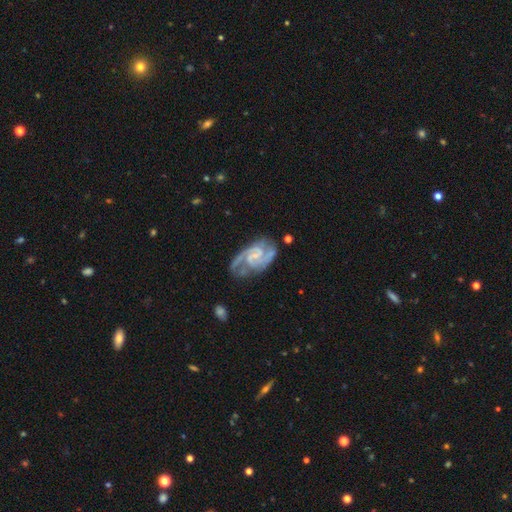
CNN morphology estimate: This appears to be a featured or disk galaxy (91%) with a weak bar (49%), 2 (78%) medium (53%) spiral arms (98%) and a small central bulge (62%). Merging: none (67%).